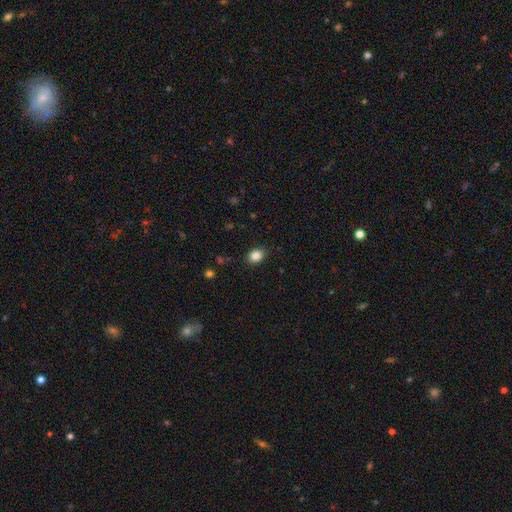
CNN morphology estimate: Overall: smooth (84%). How rounded: in between (67%; round 32%). Merging: none (88%).